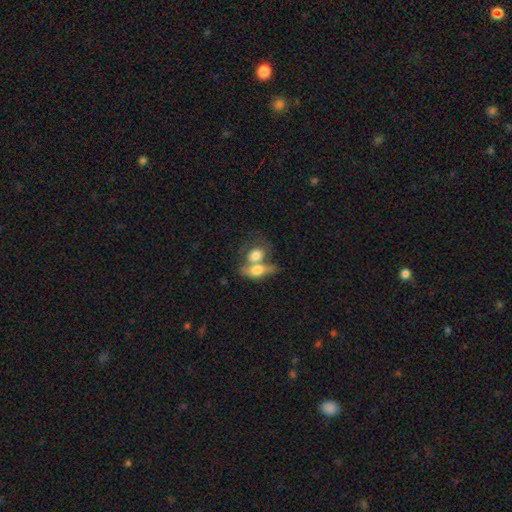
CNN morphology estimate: Overall: smooth (66%; featured or disk 27%). How rounded: in between (69%). Merging: merger (66%).